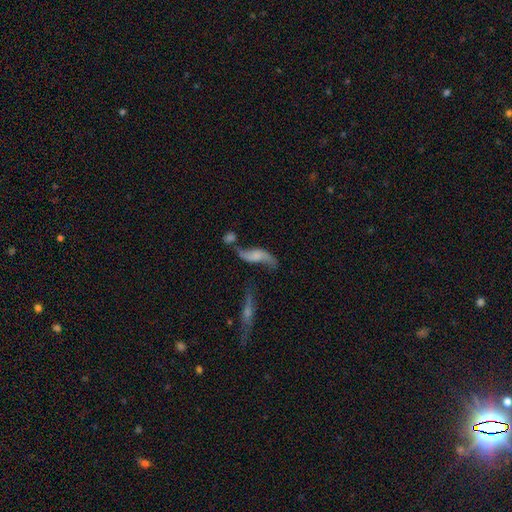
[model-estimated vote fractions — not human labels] Overall: featured or disk (71%). Edge-on disk: no (88%). Bar: no (60%; weak 31%). Spiral arms: yes (89%). Spiral arm count: 2 (90%). Spiral winding: loose (89%). Bulge size: none (41%; small 29%). Merging: none (45%; merger 22%).